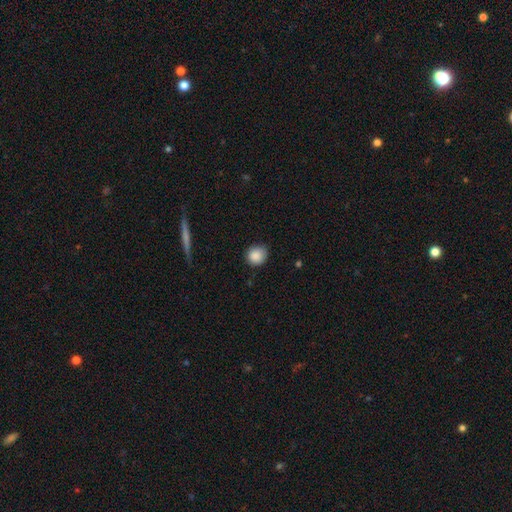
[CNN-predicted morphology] Q: Smooth or featured?
A: smooth (88%); runner-up: star or artifact (8%)
Q: How rounded?
A: round (85%); runner-up: in between (14%)
Q: Merging?
A: none (78%); runner-up: minor disturbance (17%)